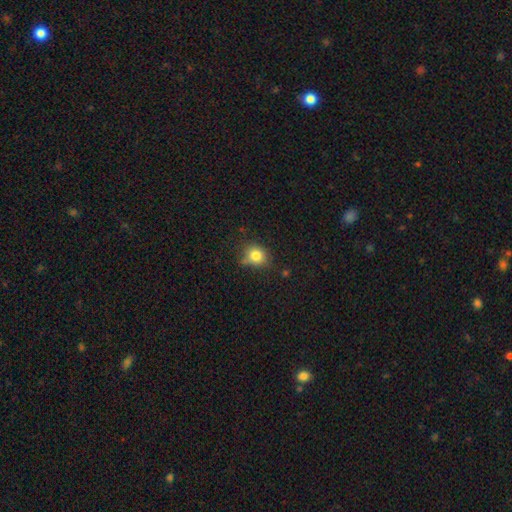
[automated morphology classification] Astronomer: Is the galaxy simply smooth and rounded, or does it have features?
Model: smooth — 81%.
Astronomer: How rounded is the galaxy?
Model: round — 76%.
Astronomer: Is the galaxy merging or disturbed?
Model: none — 71%.